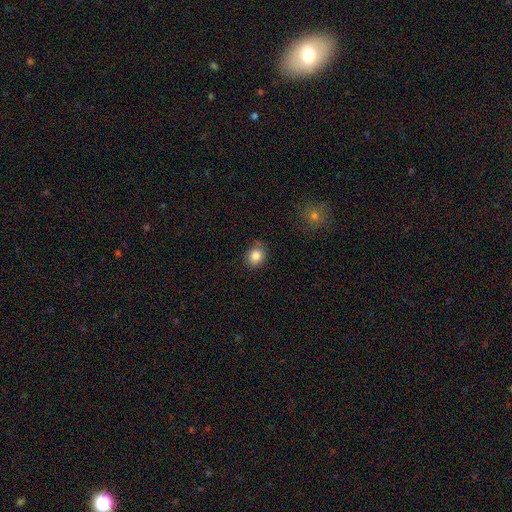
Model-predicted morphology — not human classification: Q: Smooth or featured?
A: smooth (85%); runner-up: star or artifact (10%)
Q: How rounded?
A: round (64%); runner-up: in between (35%)
Q: Merging?
A: none (76%); runner-up: minor disturbance (19%)